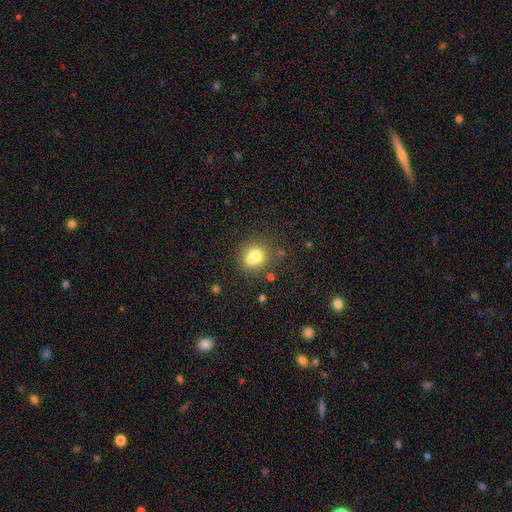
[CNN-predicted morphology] smooth 67%, featured or disk 20%, star or artifact 13%. Down the decision tree: how rounded — round (81%); merging — merger (45%).